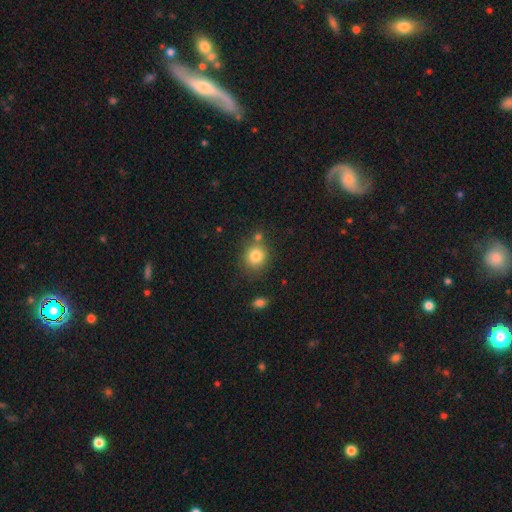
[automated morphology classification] type=smooth (82%); roundness=round (82%); merging=none (71%).